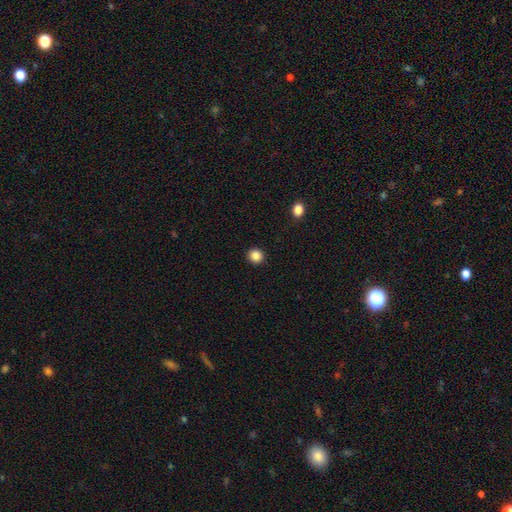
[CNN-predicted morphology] smooth-or-featured: smooth: 86% | star or artifact: 11% | featured or disk: 3%
  how-rounded: round: 91% | in between: 8% | cigar-shaped: 1%
  merging: none: 93% | minor disturbance: 5% | major disturbance: 2% | merger: 1%